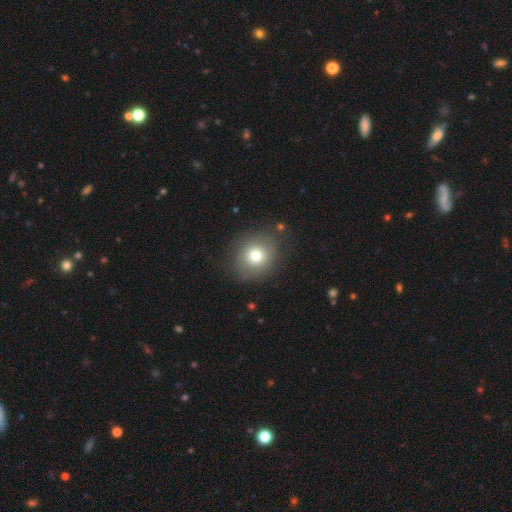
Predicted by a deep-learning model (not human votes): Smooth or featured: smooth — 75% (featured or disk — 13%)
How rounded: round — 76% (in between — 23%)
Merging: none — 82% (minor disturbance — 12%)